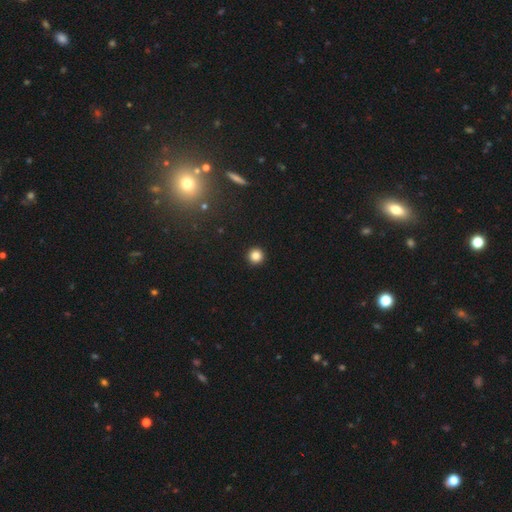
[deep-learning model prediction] smooth 84%, star or artifact 12%, featured or disk 4%. Down the decision tree: how rounded — round (96%); merging — none (94%).